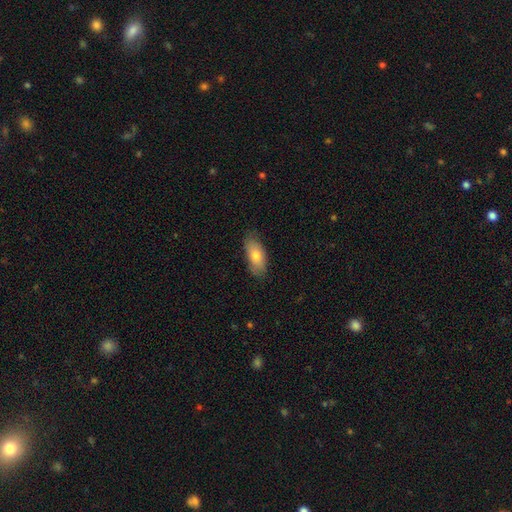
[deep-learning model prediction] The model was most divided on "smooth or featured": smooth: 76%, featured or disk: 18%, star or artifact: 7%. More confident: how rounded — in between (84%); merging — none (79%).